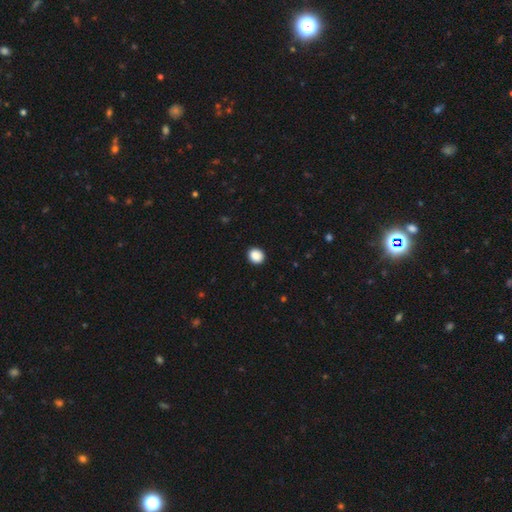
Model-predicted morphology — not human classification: Smooth or featured? smooth (89%)
How rounded? round (80%)
Merging? none (92%)